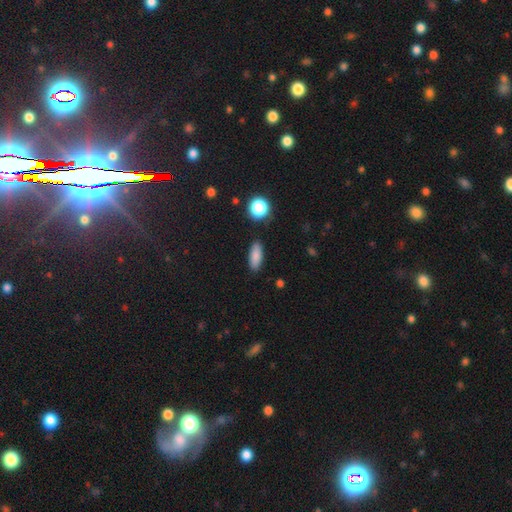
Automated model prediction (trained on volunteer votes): Smooth or featured? Predicted: smooth (p=0.85). How rounded? Predicted: in between (p=0.73). Merging? Predicted: none (p=0.87).